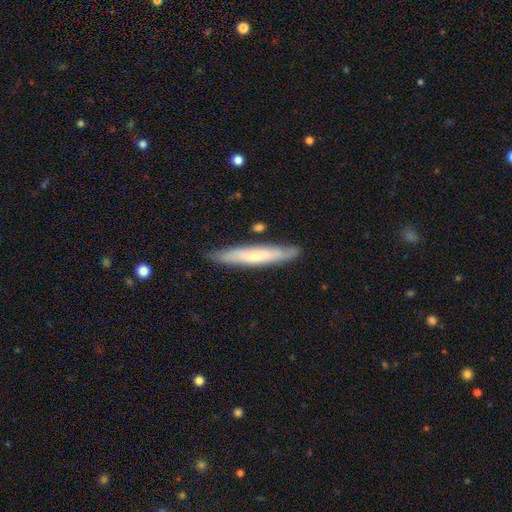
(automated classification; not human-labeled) Smooth or featured? Predicted: smooth (p=0.52). How rounded? Predicted: cigar-shaped (p=0.91). Merging? Predicted: none (p=0.83).